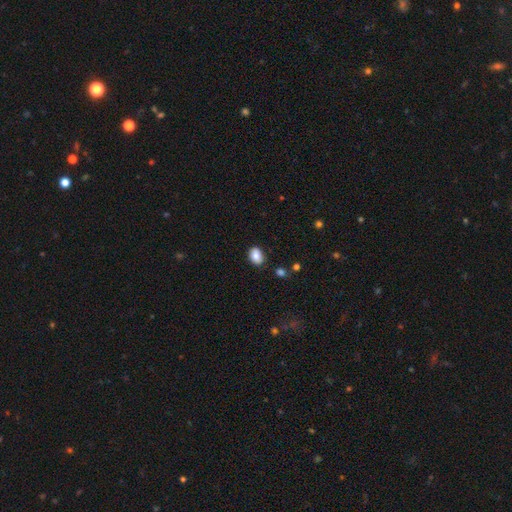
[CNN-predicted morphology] smooth_or_featured: smooth (p=0.83) [alt: featured or disk p=0.09]
how_rounded: in between (p=0.74) [alt: round p=0.25]
merging: none (p=0.83) [alt: minor disturbance p=0.13]